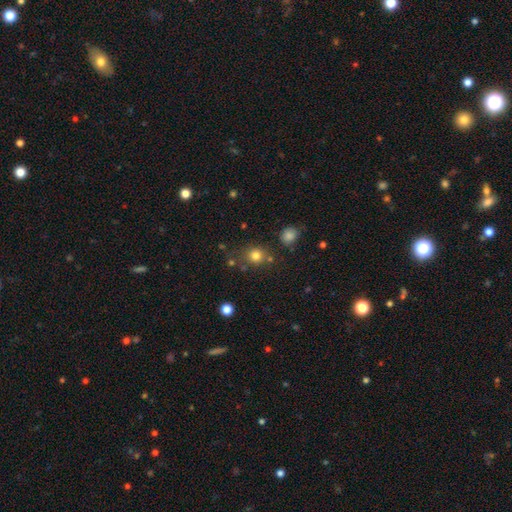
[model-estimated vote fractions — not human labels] smooth_or_featured: smooth (p=0.78) [alt: star or artifact p=0.15]
how_rounded: round (p=0.84) [alt: in between p=0.15]
merging: none (p=0.74) [alt: minor disturbance p=0.12]